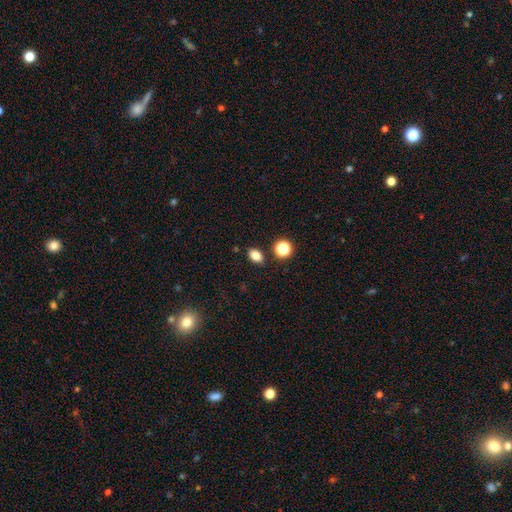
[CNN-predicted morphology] type=smooth (82%); roundness=in between (78%); merging=none (85%).